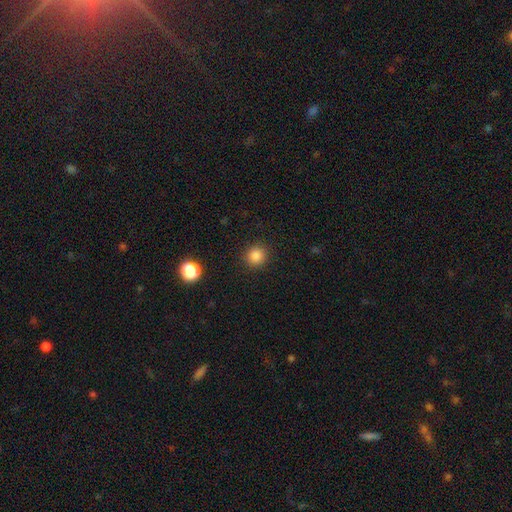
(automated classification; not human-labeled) This is clearly a smooth galaxy (85%). How rounded: clearly round (90%). Merging: clearly none (90%).